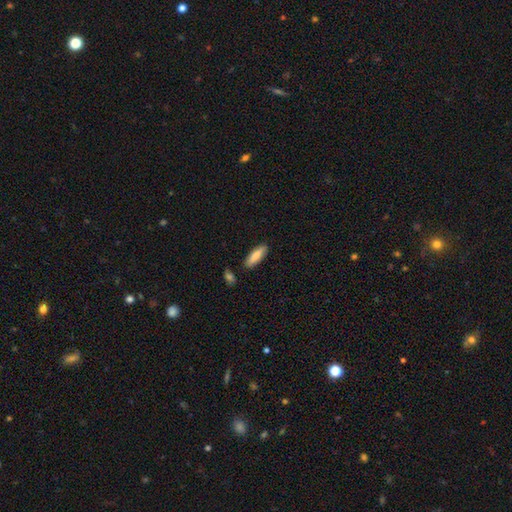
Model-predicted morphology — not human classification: type=smooth (81%); roundness=in between (50%); merging=none (86%).